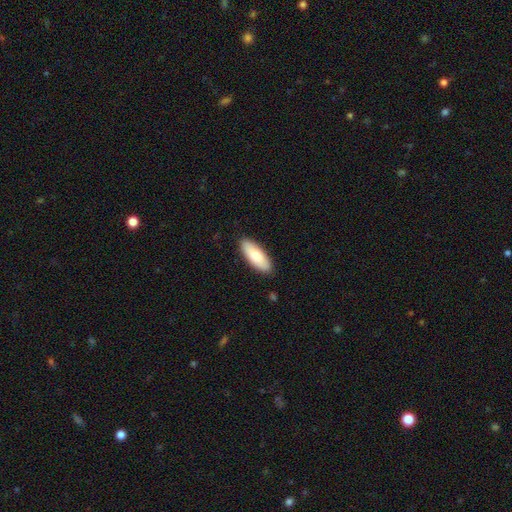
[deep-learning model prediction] This appears to be a smooth galaxy with no disk features (83%) that is in between round and cigar-shaped (72%). Merging: none (88%).